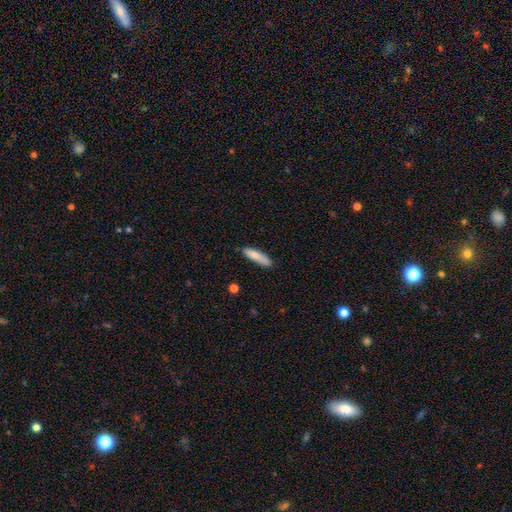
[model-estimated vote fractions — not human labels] Smooth or featured? Predicted: smooth (p=0.82). How rounded? Predicted: cigar-shaped (p=0.74). Merging? Predicted: none (p=0.81).